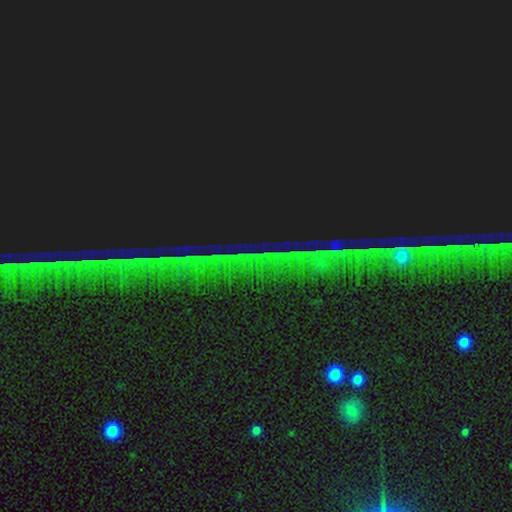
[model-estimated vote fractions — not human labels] This is clearly a star or artifact rather than a galaxy (86%).